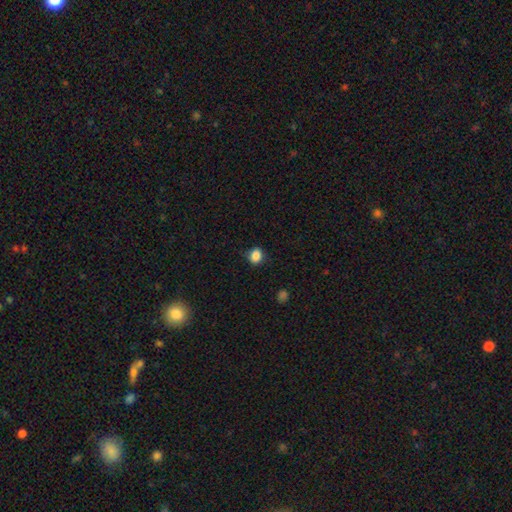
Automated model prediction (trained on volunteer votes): smooth-or-featured: smooth: 86% | star or artifact: 10% | featured or disk: 4%
  how-rounded: round: 59% | in between: 40% | cigar-shaped: 1%
  merging: none: 79% | minor disturbance: 17% | major disturbance: 3% | merger: 1%